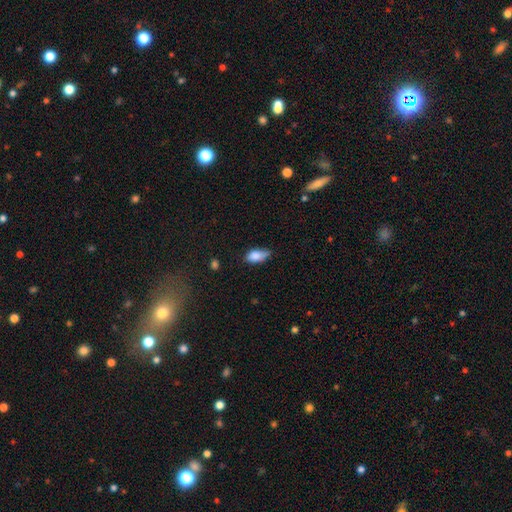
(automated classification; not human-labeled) smooth 82%, featured or disk 10%, star or artifact 8%. Down the decision tree: how rounded — in between (88%); merging — minor disturbance (45%).